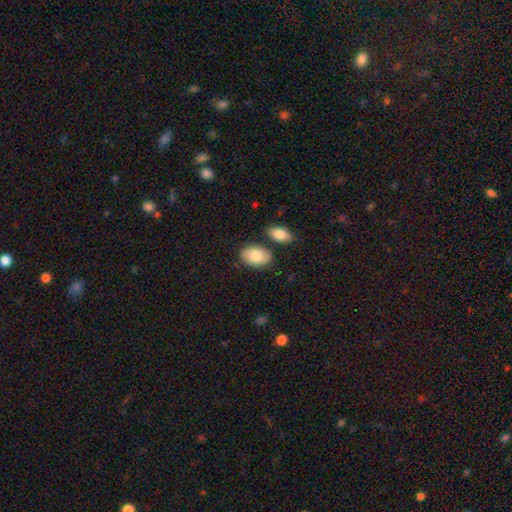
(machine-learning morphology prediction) smooth-or-featured: smooth: 81% | featured or disk: 13% | star or artifact: 6%
  how-rounded: in between: 90% | round: 9% | cigar-shaped: 1%
  merging: none: 72% | minor disturbance: 14% | merger: 11% | major disturbance: 3%